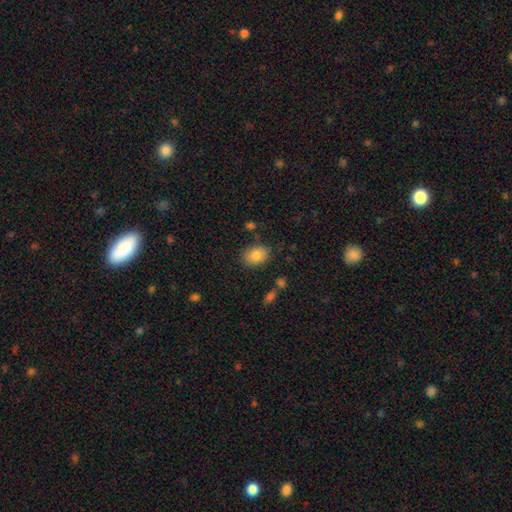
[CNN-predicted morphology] Smooth or featured? Predicted: smooth (p=0.83). How rounded? Predicted: in between (p=0.76). Merging? Predicted: none (p=0.82).